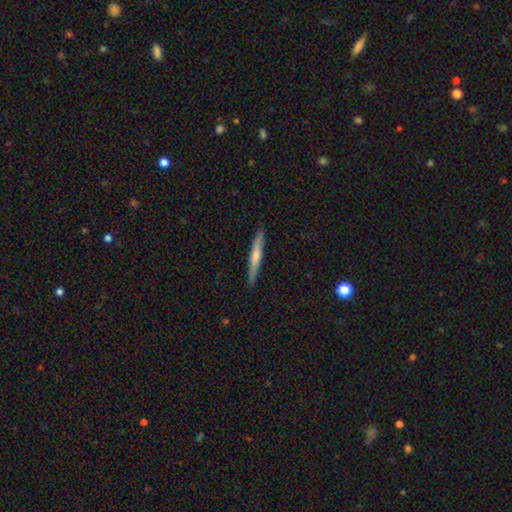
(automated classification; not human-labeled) A smooth galaxy with no disk features (53%) that is cigar-shaped (95%). Merging: none (90%).